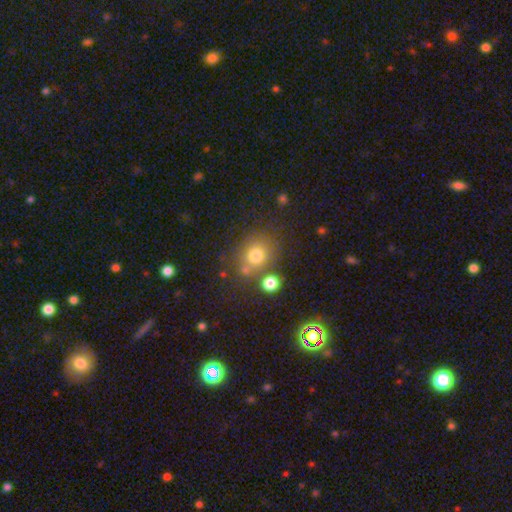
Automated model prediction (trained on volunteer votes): smooth-or-featured: smooth: 75% | star or artifact: 14% | featured or disk: 11%
  how-rounded: round: 73% | in between: 26% | cigar-shaped: 1%
  merging: none: 66% | merger: 14% | minor disturbance: 14% | major disturbance: 6%